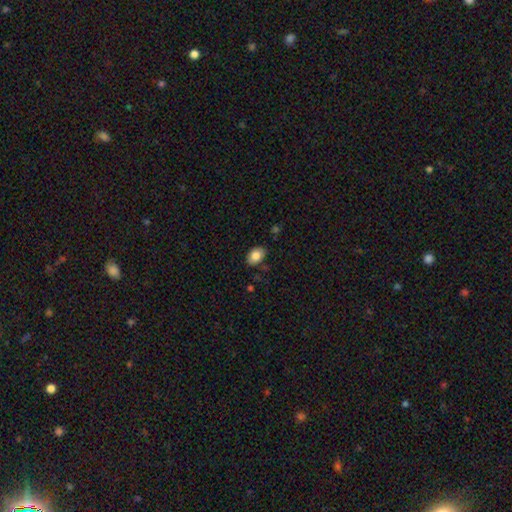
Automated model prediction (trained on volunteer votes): Smooth or featured? smooth (83%)
How rounded? in between (83%)
Merging? none (83%)